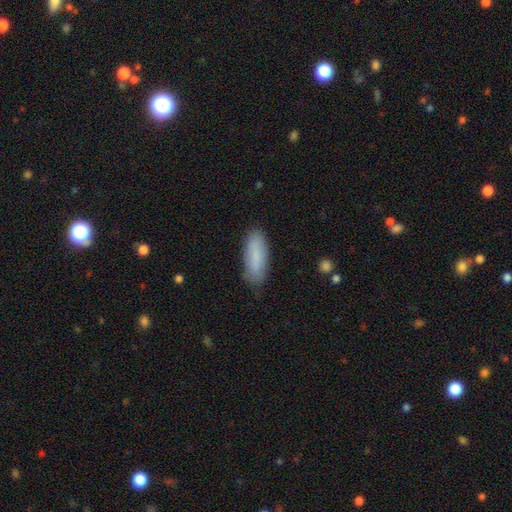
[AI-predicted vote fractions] Smooth or featured? smooth (84%)
How rounded? in between (59%)
Merging? none (83%)